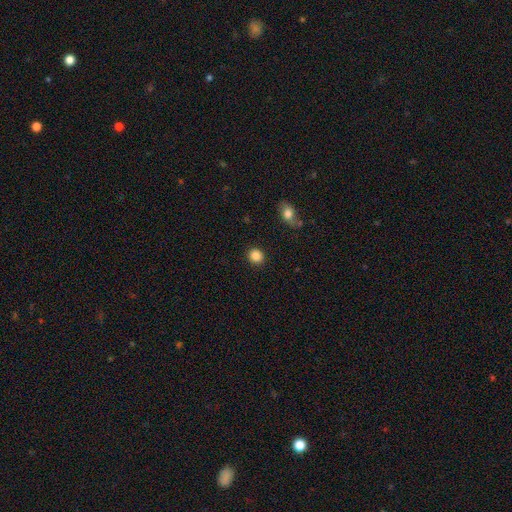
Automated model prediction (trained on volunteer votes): Smooth or featured?
  - smooth: 87% *
  - star or artifact: 9%
  - featured or disk: 4%
How rounded?
  - round: 81% *
  - in between: 18%
  - cigar-shaped: 1%
Merging?
  - none: 90% *
  - minor disturbance: 6%
  - major disturbance: 2%
  - merger: 2%